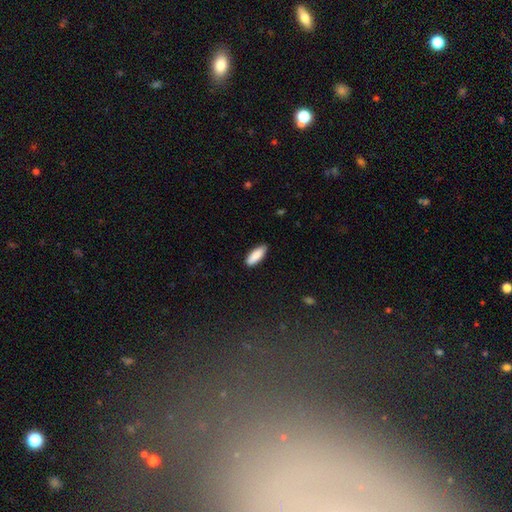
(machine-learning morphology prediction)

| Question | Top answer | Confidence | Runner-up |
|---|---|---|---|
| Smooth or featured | smooth | 88% | featured or disk (7%) |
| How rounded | in between | 65% | cigar-shaped (33%) |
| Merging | none | 85% | minor disturbance (12%) |